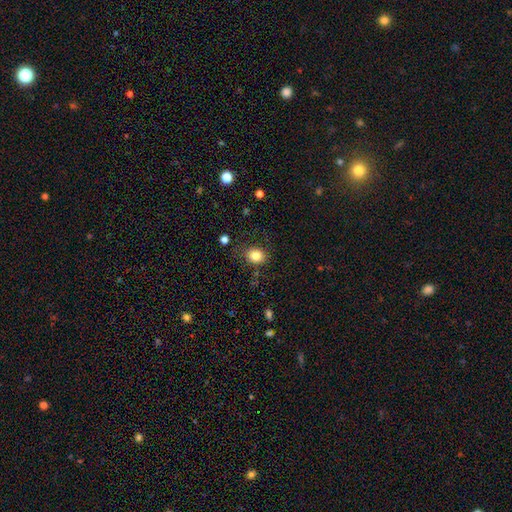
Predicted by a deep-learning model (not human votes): Smooth or featured? smooth (82%)
How rounded? round (58%)
Merging? none (80%)